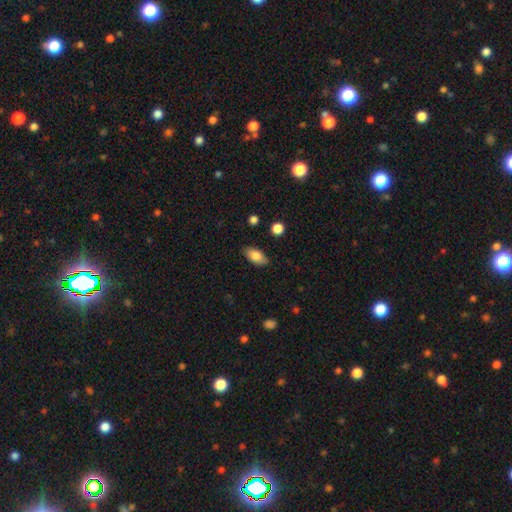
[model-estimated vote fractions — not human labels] This is clearly a smooth galaxy (82%). How rounded: clearly in between (91%). Merging: clearly none (86%).